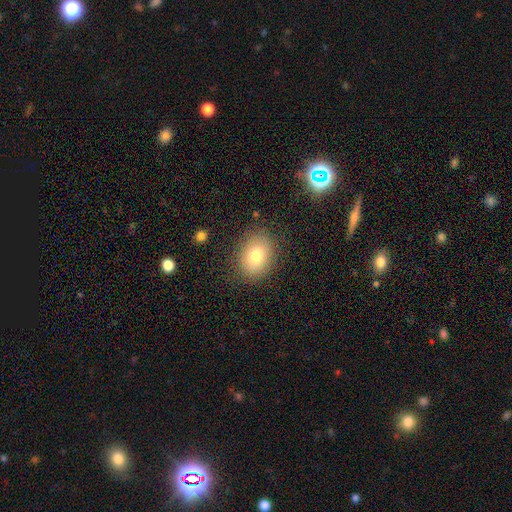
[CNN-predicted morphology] A smooth galaxy with no disk features (77%) that is in between round and cigar-shaped (61%). Merging: none (85%).